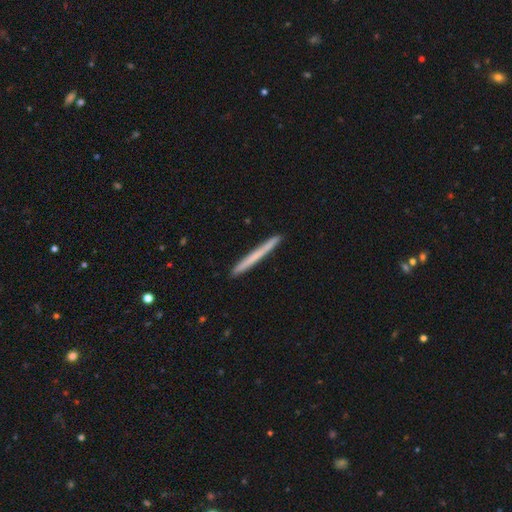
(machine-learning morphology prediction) smooth-or-featured: smooth: 60% | featured or disk: 34% | star or artifact: 6%
  how-rounded: cigar-shaped: 97% | in between: 1% | round: 1%
  merging: none: 92% | minor disturbance: 5% | major disturbance: 1% | merger: 1%